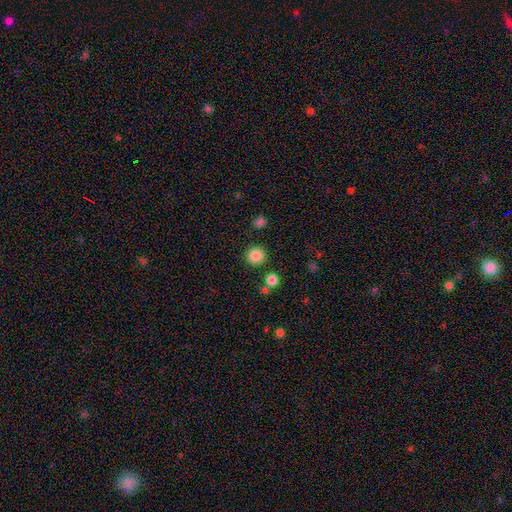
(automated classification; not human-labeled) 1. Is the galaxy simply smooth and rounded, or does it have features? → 86% smooth, 10% star or artifact, 4% featured or disk.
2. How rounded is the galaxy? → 95% round, 4% in between, 1% cigar-shaped.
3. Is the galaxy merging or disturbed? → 88% none, 6% minor disturbance, 4% merger, 2% major disturbance.